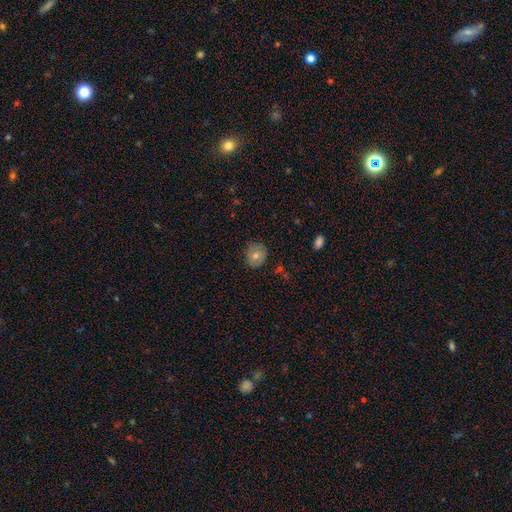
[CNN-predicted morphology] Smooth or featured? smooth (63%)
How rounded? round (83%)
Merging? none (82%)